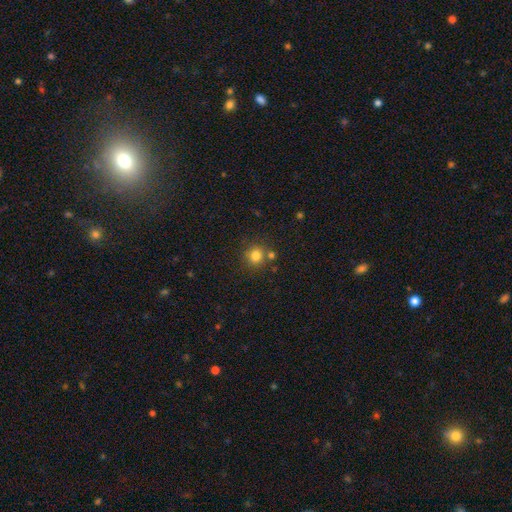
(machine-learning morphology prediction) smooth 80%, star or artifact 13%, featured or disk 7%. Down the decision tree: how rounded — round (89%); merging — none (74%).